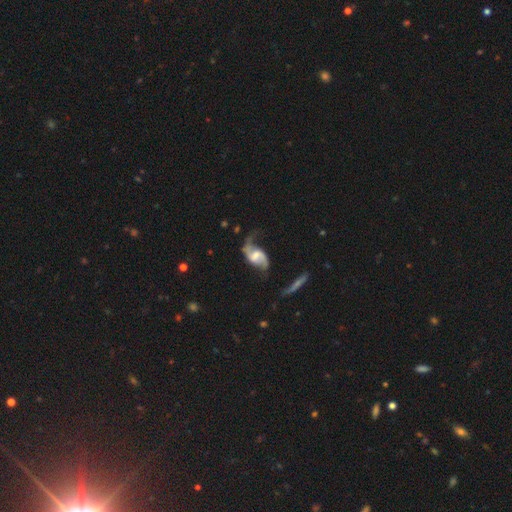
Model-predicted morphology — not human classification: A featured or disk galaxy (84%) with a weak bar (51%), 2 (89%) loose (68%) spiral arms (94%) and a moderate central bulge (41%). Merging: none (54%).